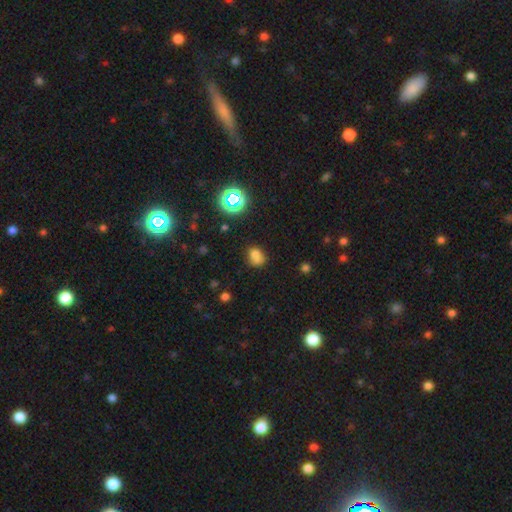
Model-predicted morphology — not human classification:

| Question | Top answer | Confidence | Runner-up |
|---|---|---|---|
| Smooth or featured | smooth | 71% | star or artifact (18%) |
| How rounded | round | 50% | in between (49%) |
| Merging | none | 49% | merger (26%) |